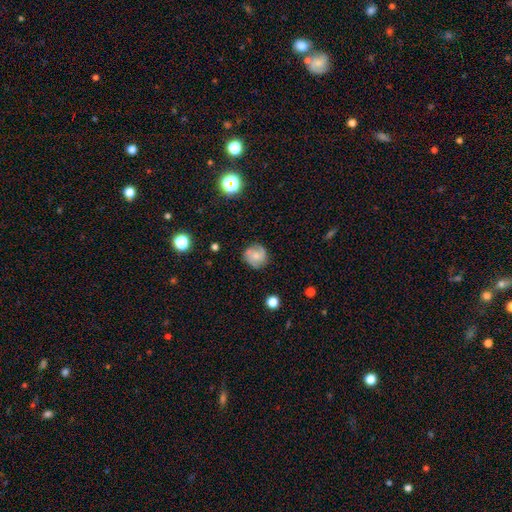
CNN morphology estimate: Smooth or featured: featured or disk — 59% (smooth — 32%)
Edge-on disk: no — 98% (yes — 2%)
Bar: no — 67% (weak — 28%)
Spiral arms: yes — 90% (no — 10%)
Spiral winding: tight — 43% (tied with medium — 43%)
Spiral arm count: 2 — 60% (can't tell — 16%)
Bulge size: small — 51% (moderate — 38%)
Merging: none — 77% (minor disturbance — 17%)